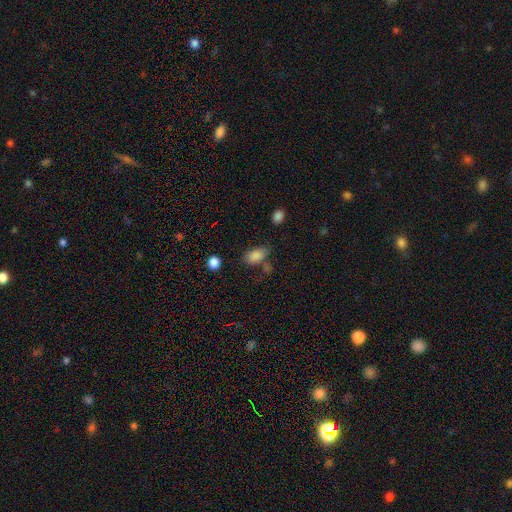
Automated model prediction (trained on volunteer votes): smooth-or-featured: smooth: 84% | star or artifact: 10% | featured or disk: 6%
  how-rounded: in between: 90% | round: 7% | cigar-shaped: 2%
  merging: none: 58% | minor disturbance: 21% | merger: 12% | major disturbance: 9%